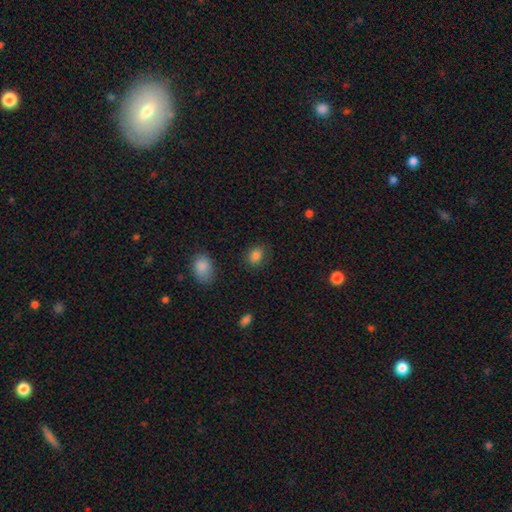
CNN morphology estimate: Overall: smooth (85%). How rounded: in between (65%; round 34%). Merging: none (79%).